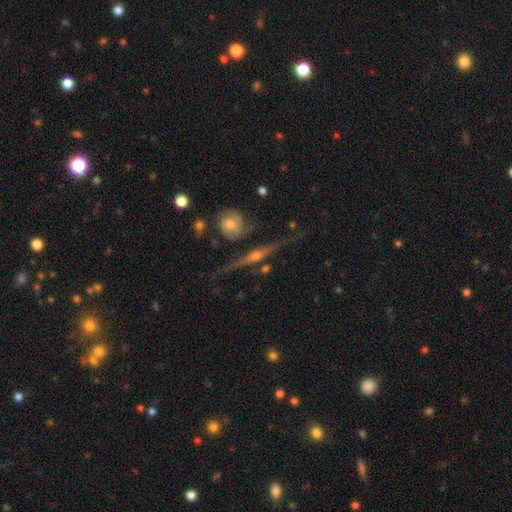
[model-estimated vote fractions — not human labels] Overall: featured or disk (83%). Edge-on disk: yes (92%). Edge-on bulge: rounded (87%). Merging: none (72%).